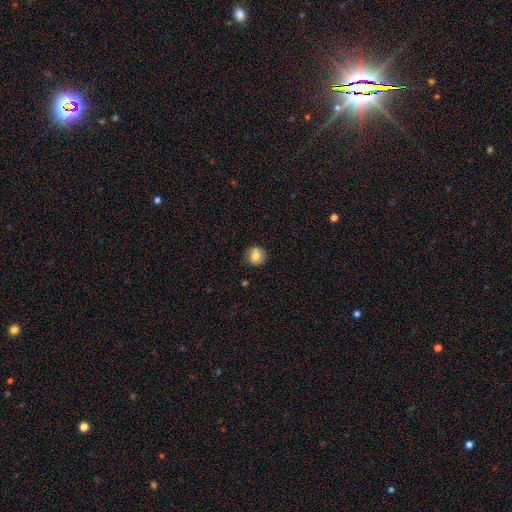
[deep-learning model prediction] smooth-or-featured: smooth: 81% | featured or disk: 10% | star or artifact: 9%
  how-rounded: round: 88% | in between: 11% | cigar-shaped: 1%
  merging: none: 86% | minor disturbance: 11% | major disturbance: 2% | merger: 1%